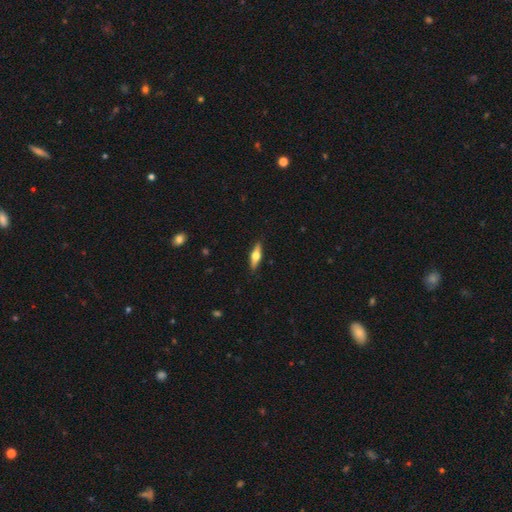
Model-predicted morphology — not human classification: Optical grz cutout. It shows a featured or disk galaxy (55%) viewed edge-on (93%) with a rounded central bulge (95%). Merging: none (89%).